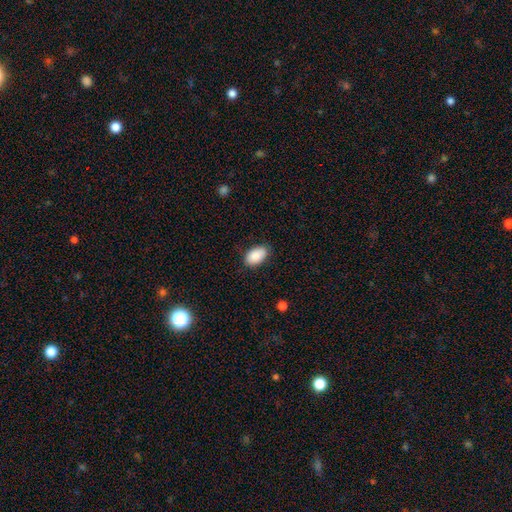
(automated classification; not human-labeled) smooth_or_featured: smooth (p=0.89) [alt: star or artifact p=0.06]
how_rounded: in between (p=0.94) [alt: round p=0.04]
merging: none (p=0.83) [alt: minor disturbance p=0.14]